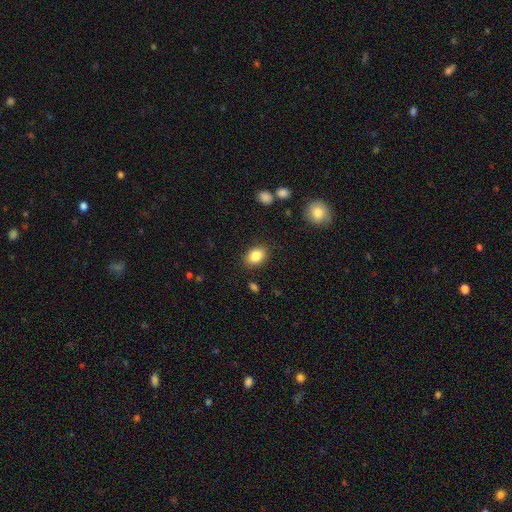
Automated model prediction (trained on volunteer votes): smooth_or_featured: smooth (p=0.85) [alt: star or artifact p=0.08]
how_rounded: in between (p=0.76) [alt: round p=0.22]
merging: none (p=0.86) [alt: minor disturbance p=0.10]